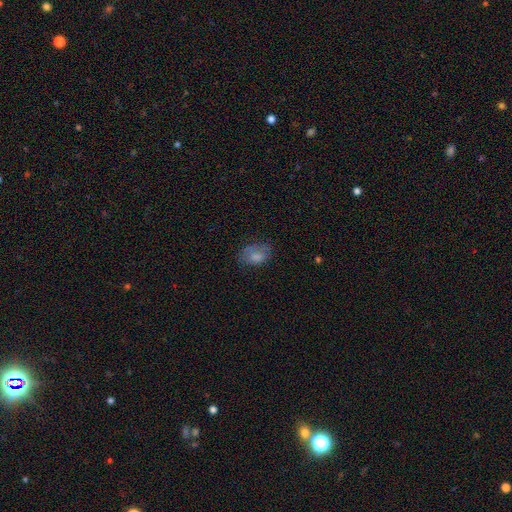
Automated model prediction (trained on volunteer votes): smooth 74%, featured or disk 15%, star or artifact 10%. Down the decision tree: how rounded — in between (77%); merging — none (56%).